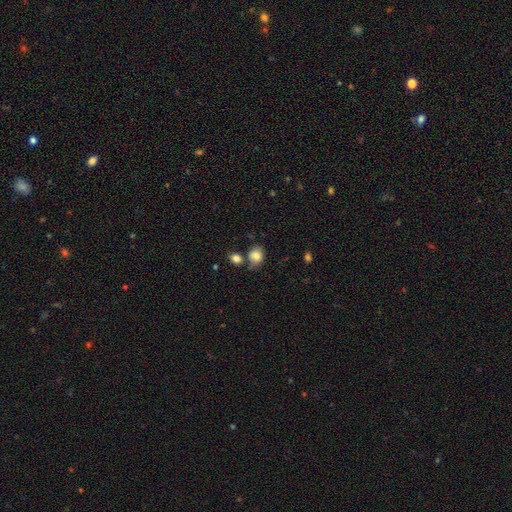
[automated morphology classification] Q: Smooth or featured?
A: smooth (81%); runner-up: star or artifact (10%)
Q: How rounded?
A: round (54%); runner-up: in between (45%)
Q: Merging?
A: none (57%); runner-up: minor disturbance (19%)